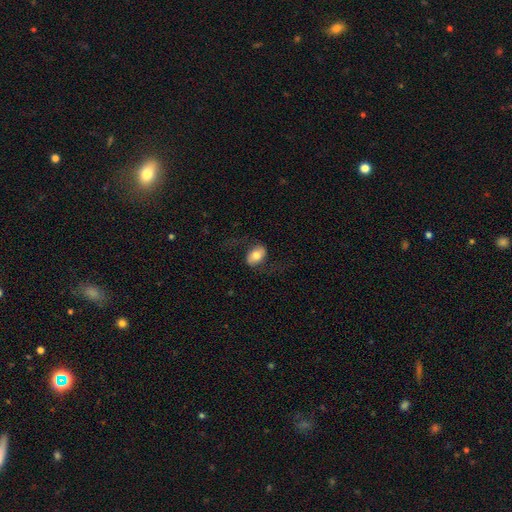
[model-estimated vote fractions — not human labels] Smooth or featured? smooth (58%)
How rounded? in between (89%)
Merging? none (69%)